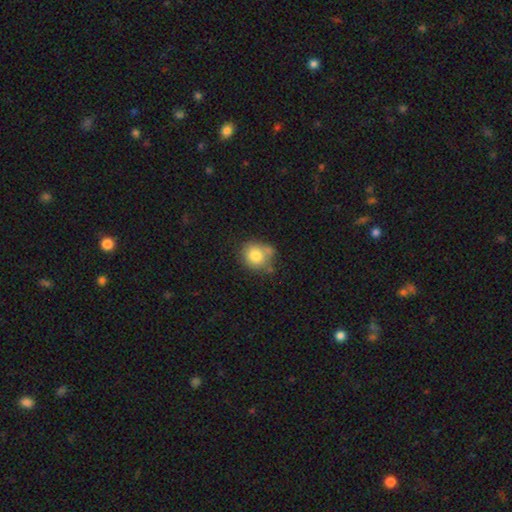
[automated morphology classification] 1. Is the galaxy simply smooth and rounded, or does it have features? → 79% smooth, 11% featured or disk, 10% star or artifact.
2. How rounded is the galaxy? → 82% round, 17% in between, 1% cigar-shaped.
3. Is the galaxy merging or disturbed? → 58% none, 21% minor disturbance, 16% merger, 5% major disturbance.